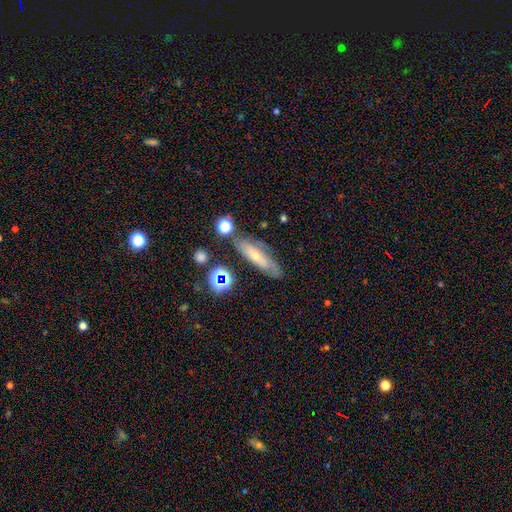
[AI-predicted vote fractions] This is possibly a featured or disk galaxy (52%). It is possibly not viewed edge-on (59%). Merging: likely none (70%).